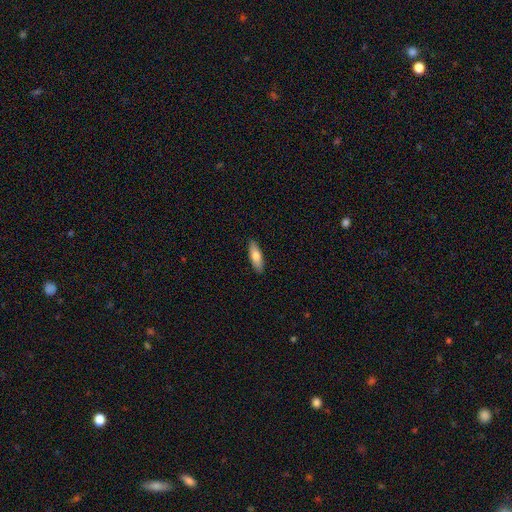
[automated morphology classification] A smooth galaxy with no disk features (78%) that is in between round and cigar-shaped (57%).

Vote fractions:
- Smooth or featured? smooth: 78% / featured or disk: 16% / star or artifact: 6%
- How rounded? in between: 57% / cigar-shaped: 41% / round: 2%
- Merging? none: 89% / minor disturbance: 8% / major disturbance: 2% / merger: 1%